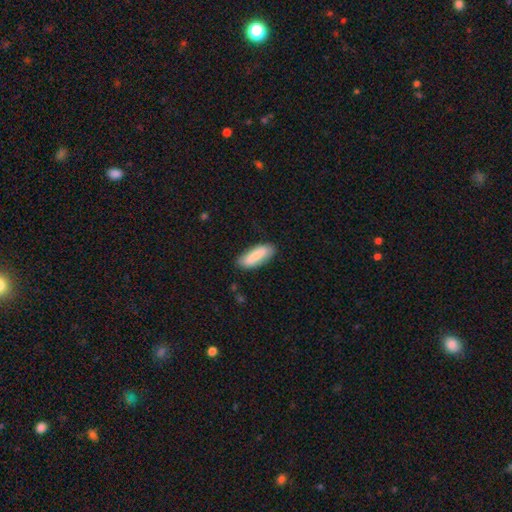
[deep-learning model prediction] Smooth or featured?
  - smooth: 79% *
  - featured or disk: 15%
  - star or artifact: 6%
How rounded?
  - in between: 64% *
  - cigar-shaped: 35%
  - round: 2%
Merging?
  - none: 82% *
  - minor disturbance: 14%
  - major disturbance: 3%
  - merger: 2%